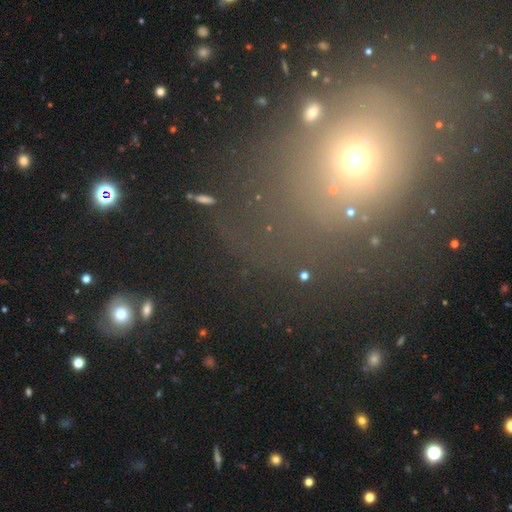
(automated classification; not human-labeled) smooth 51%, star or artifact 37%, featured or disk 12%. Down the decision tree: how rounded — round (56%); merging — none (75%).